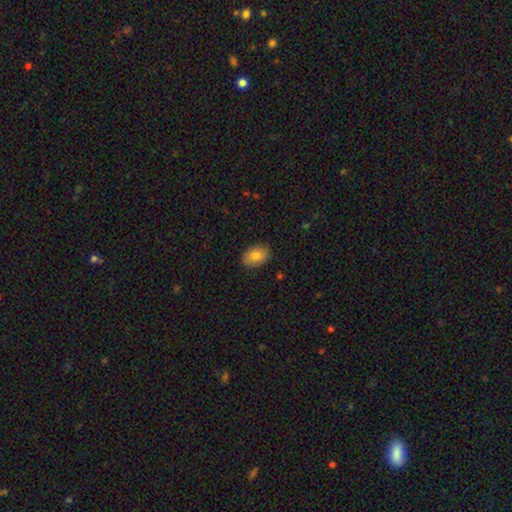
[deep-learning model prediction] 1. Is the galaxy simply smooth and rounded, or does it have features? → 81% smooth, 11% featured or disk, 7% star or artifact.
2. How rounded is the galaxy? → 85% in between, 14% round, 1% cigar-shaped.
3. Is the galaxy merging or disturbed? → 86% none, 11% minor disturbance, 2% major disturbance, 1% merger.